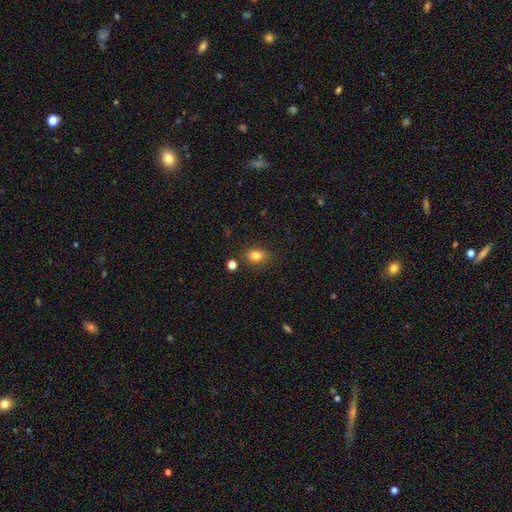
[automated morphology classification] smooth 82%, star or artifact 11%, featured or disk 7%. Down the decision tree: how rounded — in between (62%); merging — none (80%).